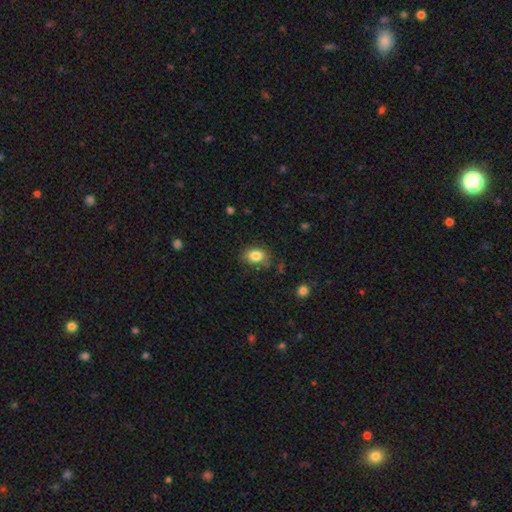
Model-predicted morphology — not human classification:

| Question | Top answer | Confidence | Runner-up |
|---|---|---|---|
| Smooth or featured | smooth | 83% | star or artifact (9%) |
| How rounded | in between | 75% | round (24%) |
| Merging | none | 75% | minor disturbance (19%) |